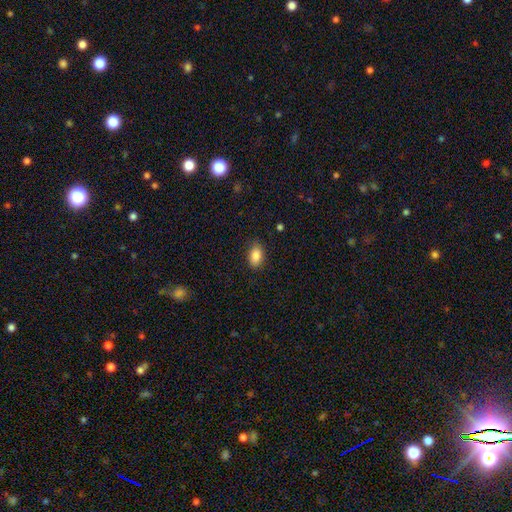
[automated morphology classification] The model was most divided on "merging": none: 86%, minor disturbance: 10%, major disturbance: 3%, merger: 1%. More confident: how rounded — in between (90%); smooth or featured — smooth (88%).